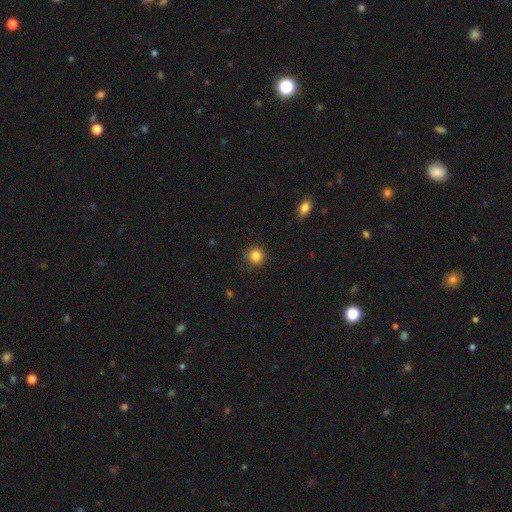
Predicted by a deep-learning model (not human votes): Smooth or featured?
  - smooth: 84% *
  - star or artifact: 11%
  - featured or disk: 4%
How rounded?
  - round: 92% *
  - in between: 7%
  - cigar-shaped: 1%
Merging?
  - none: 85% *
  - minor disturbance: 12%
  - major disturbance: 3%
  - merger: 1%